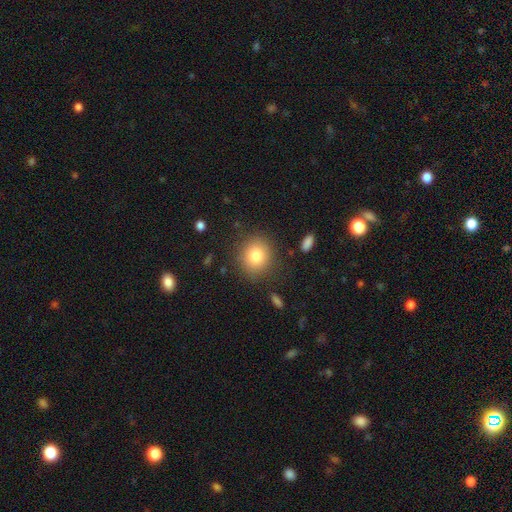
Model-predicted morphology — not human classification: This appears to be a smooth galaxy with no disk features (82%) that is round (79%). Merging: none (85%).